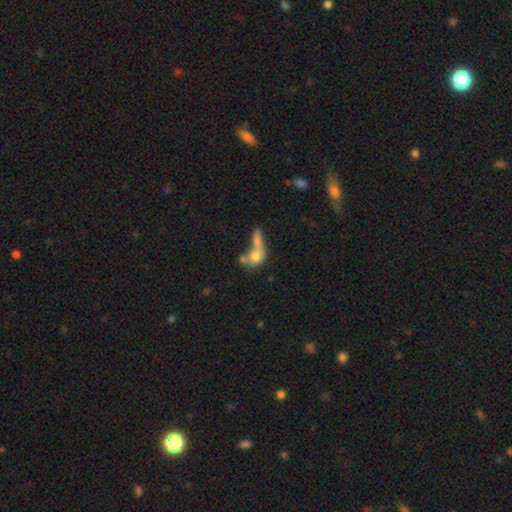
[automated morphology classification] This appears to be a smooth galaxy with no disk features (66%) that is in between round and cigar-shaped (49%). Merging: merger (69%).